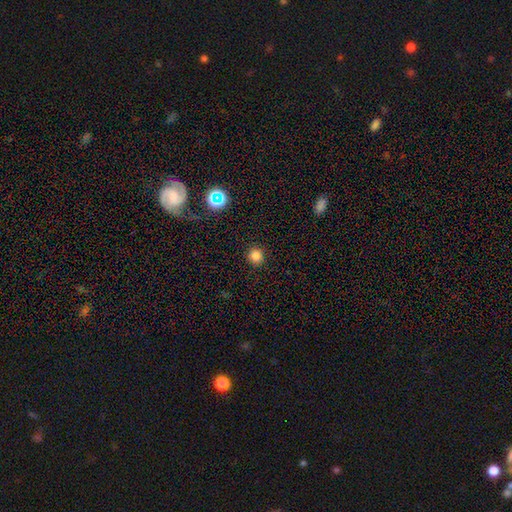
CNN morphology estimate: This is clearly a smooth galaxy (82%). How rounded: clearly round (93%). Merging: clearly none (92%).